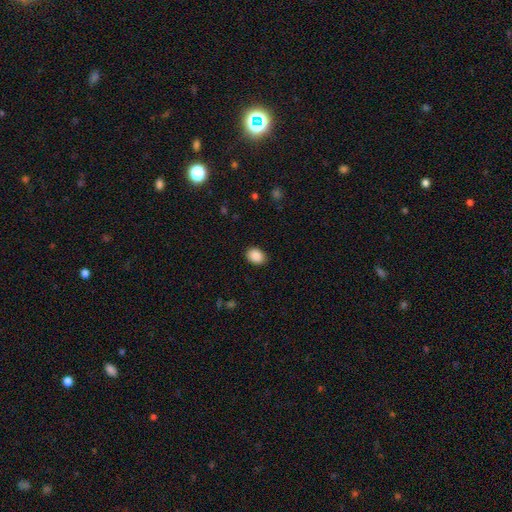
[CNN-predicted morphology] Smooth or featured? smooth (90%)
How rounded? in between (66%)
Merging? none (88%)